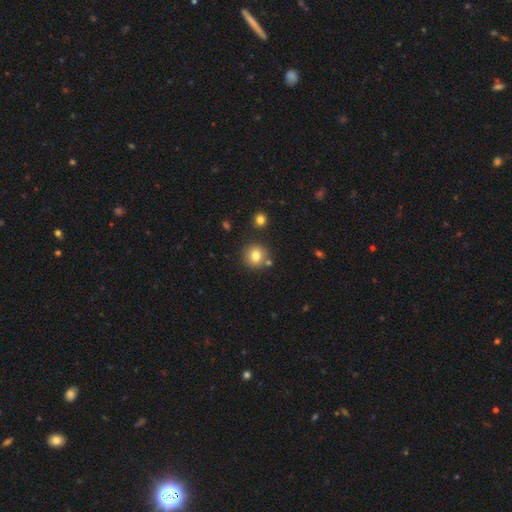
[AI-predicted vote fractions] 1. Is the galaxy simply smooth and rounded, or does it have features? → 78% smooth, 12% star or artifact, 10% featured or disk.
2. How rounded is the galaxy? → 90% round, 9% in between, 1% cigar-shaped.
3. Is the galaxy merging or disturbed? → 79% none, 10% merger, 9% minor disturbance, 3% major disturbance.